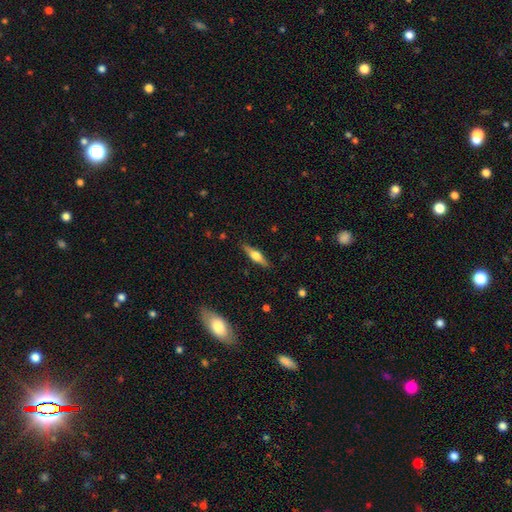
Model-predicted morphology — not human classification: Smooth or featured? Predicted: featured or disk (p=0.58). Edge-on disk? Predicted: yes (p=0.95). Edge-on bulge? Predicted: rounded (p=0.91). Merging? Predicted: none (p=0.88).